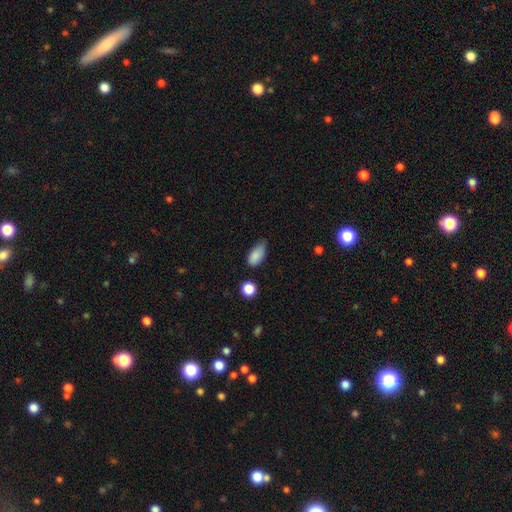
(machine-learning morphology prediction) Smooth or featured? Predicted: smooth (p=0.86). How rounded? Predicted: in between (p=0.90). Merging? Predicted: none (p=0.48).